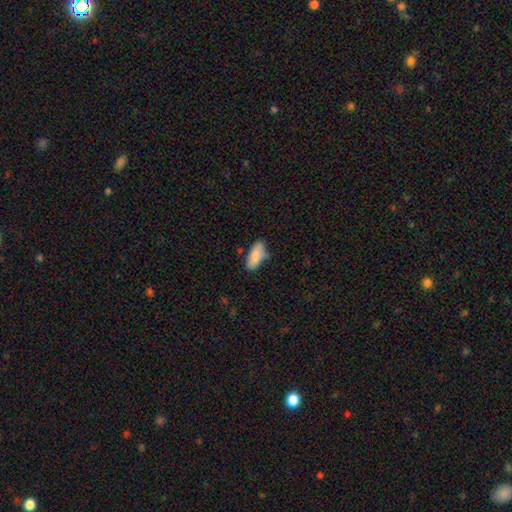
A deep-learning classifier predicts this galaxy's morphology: type=smooth (84%); roundness=in between (85%); merging=none (72%).